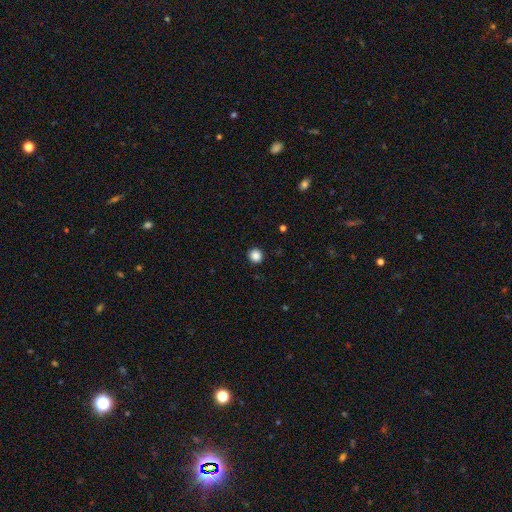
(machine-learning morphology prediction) Overall: smooth (87%). How rounded: round (93%). Merging: none (93%).